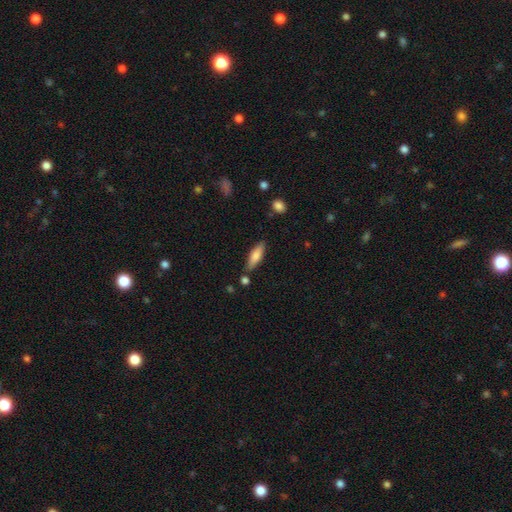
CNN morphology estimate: Smooth or featured? Predicted: smooth (p=0.73). How rounded? Predicted: cigar-shaped (p=0.52). Merging? Predicted: none (p=0.78).